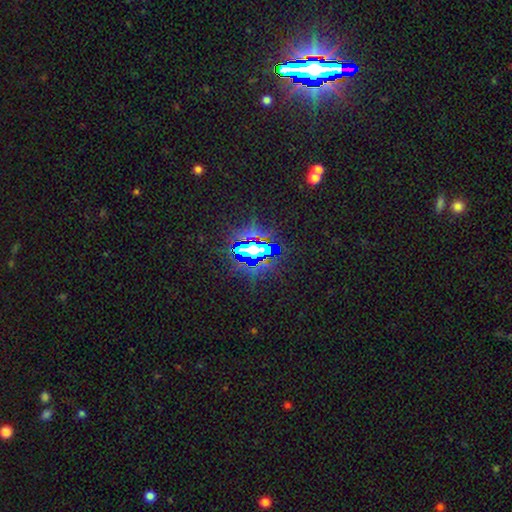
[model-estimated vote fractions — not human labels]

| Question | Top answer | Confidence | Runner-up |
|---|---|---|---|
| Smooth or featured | star or artifact | 73% | smooth (16%) |